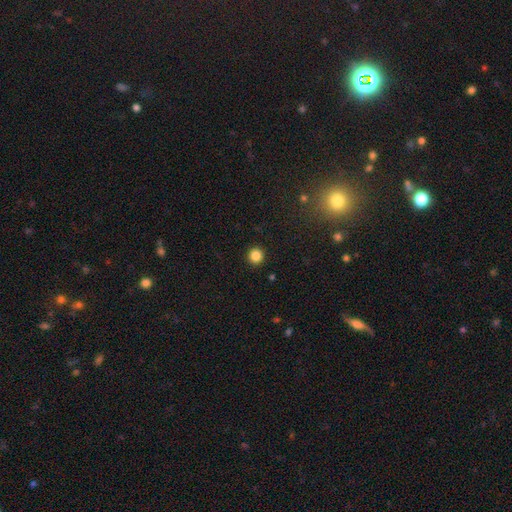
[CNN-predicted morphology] Smooth or featured? Predicted: smooth (p=0.85). How rounded? Predicted: round (p=0.95). Merging? Predicted: none (p=0.93).